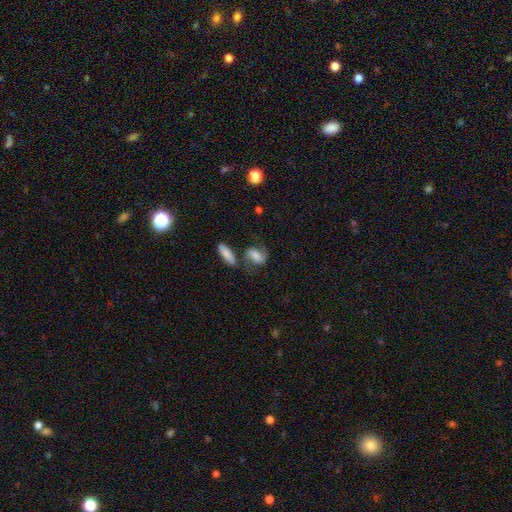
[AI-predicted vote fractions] Smooth or featured?
  - smooth: 55% *
  - featured or disk: 37%
  - star or artifact: 9%
How rounded?
  - in between: 76% *
  - round: 17%
  - cigar-shaped: 7%
Merging?
  - none: 51% *
  - minor disturbance: 20%
  - merger: 19%
  - major disturbance: 11%